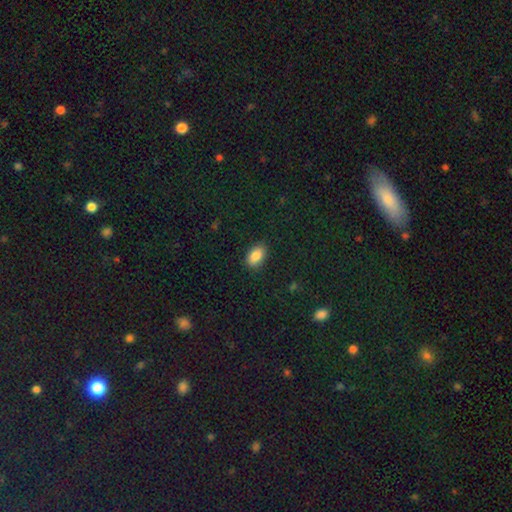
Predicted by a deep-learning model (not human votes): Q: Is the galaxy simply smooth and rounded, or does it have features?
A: smooth — 86%.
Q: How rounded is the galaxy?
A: in between — 91%.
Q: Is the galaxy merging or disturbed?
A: none — 86%.